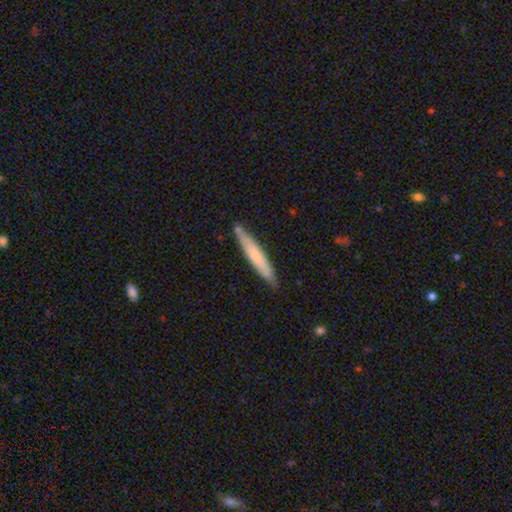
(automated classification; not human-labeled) Smooth or featured? smooth (63%)
How rounded? cigar-shaped (94%)
Merging? none (83%)